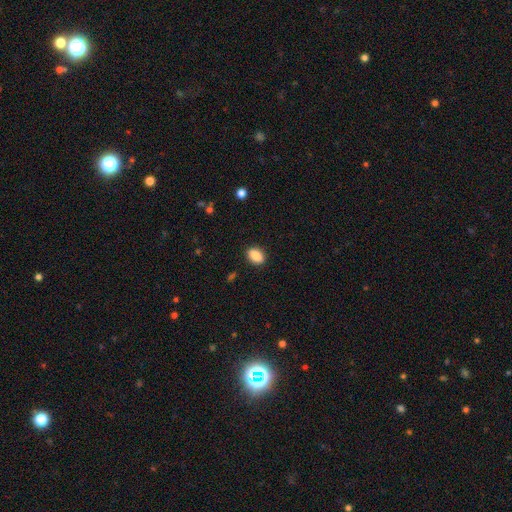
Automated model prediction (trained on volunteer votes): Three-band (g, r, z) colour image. It shows a smooth galaxy with no disk features (88%) that is in between round and cigar-shaped (83%). Merging: none (89%).